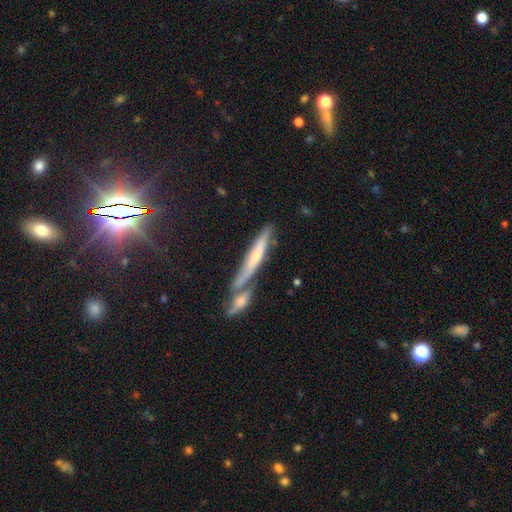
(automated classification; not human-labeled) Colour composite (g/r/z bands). It shows a featured or disk galaxy (49%). Merging: none (51%).